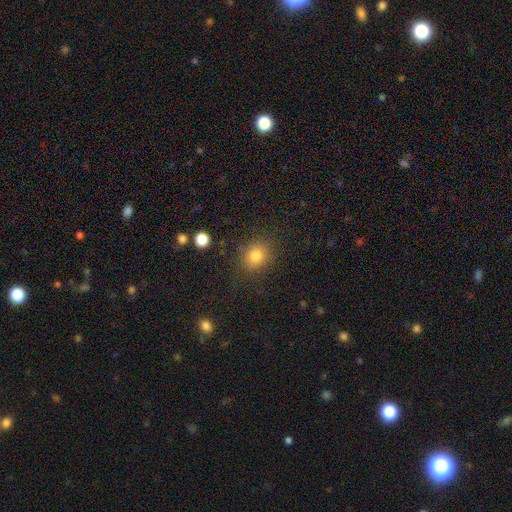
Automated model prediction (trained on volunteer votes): Smooth or featured: smooth — 82% (star or artifact — 12%)
How rounded: round — 65% (in between — 34%)
Merging: none — 84% (minor disturbance — 10%)